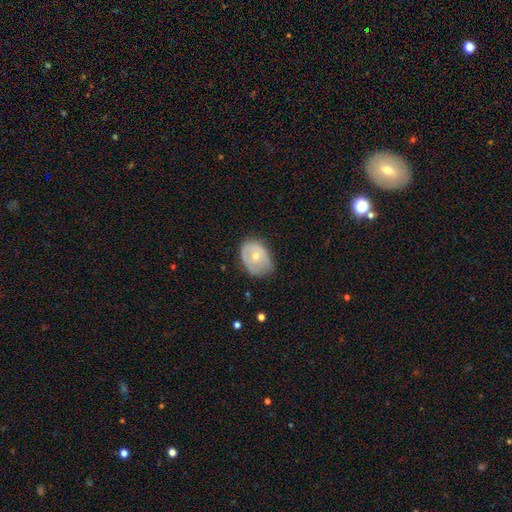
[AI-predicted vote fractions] A smooth galaxy with no disk features (49%).

Vote fractions:
- Smooth or featured? smooth: 49% / featured or disk: 44% / star or artifact: 7%
- Merging? none: 59% / minor disturbance: 31% / major disturbance: 9% / merger: 1%